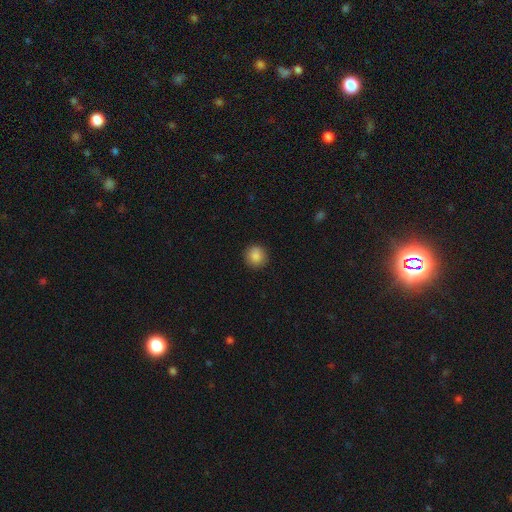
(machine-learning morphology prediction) smooth_or_featured: smooth (p=0.86) [alt: star or artifact p=0.09]
how_rounded: round (p=0.91) [alt: in between p=0.08]
merging: none (p=0.89) [alt: minor disturbance p=0.08]